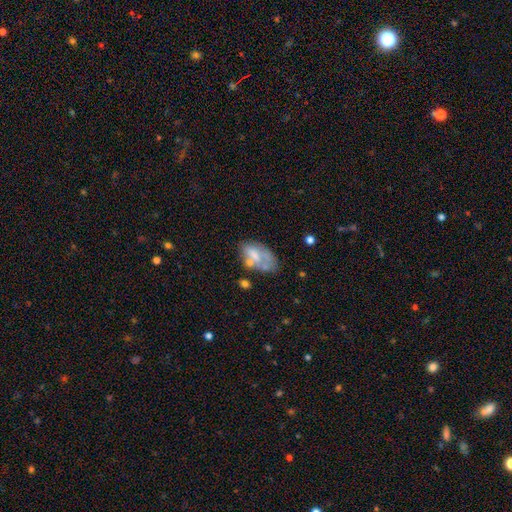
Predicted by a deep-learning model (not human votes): The model was most divided on "smooth or featured": smooth: 51%, featured or disk: 41%, star or artifact: 8%. Remaining: how rounded — in between (91%); merging — none (38%).